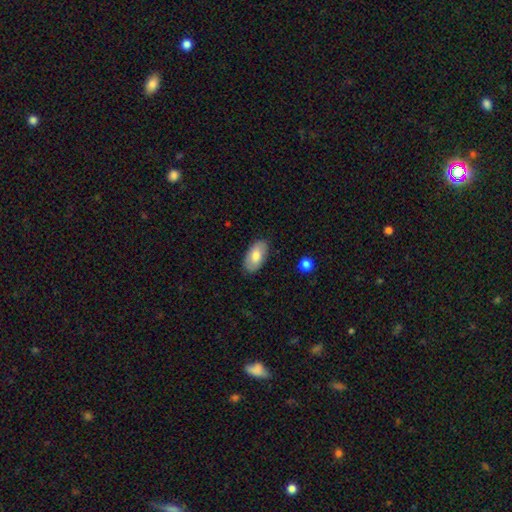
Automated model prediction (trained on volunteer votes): Smooth or featured?
  - smooth: 76% *
  - featured or disk: 18%
  - star or artifact: 6%
How rounded?
  - in between: 95% *
  - round: 3%
  - cigar-shaped: 2%
Merging?
  - none: 85% *
  - minor disturbance: 11%
  - major disturbance: 2%
  - merger: 1%